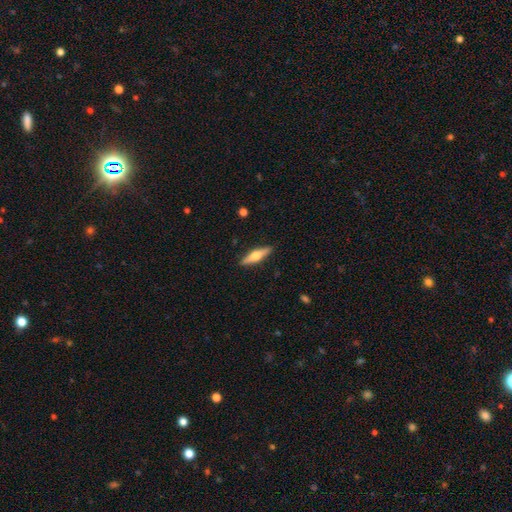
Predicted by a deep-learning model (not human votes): This is possibly a featured or disk galaxy (60%). It is clearly viewed edge-on (95%). Edge-on bulge: clearly rounded (95%). Merging: clearly none (91%).